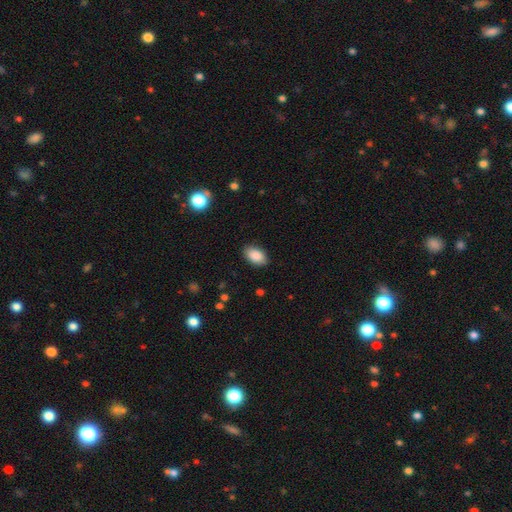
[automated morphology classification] The model was most divided on "merging": none: 88%, minor disturbance: 9%, major disturbance: 2%, merger: 1%. More confident: how rounded — in between (93%); smooth or featured — smooth (88%).